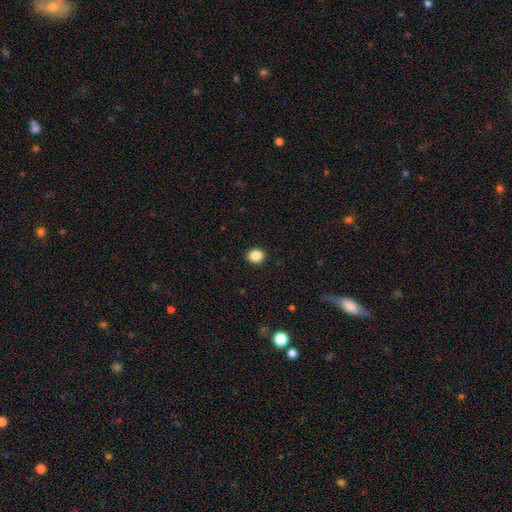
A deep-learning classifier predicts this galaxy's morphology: Smooth or featured? Predicted: smooth (p=0.87). How rounded? Predicted: round (p=0.58). Merging? Predicted: none (p=0.91).